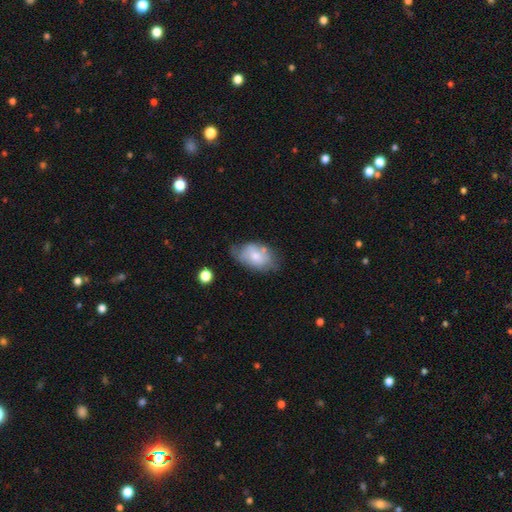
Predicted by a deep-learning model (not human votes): Smooth or featured?
  - smooth: 62% *
  - featured or disk: 31%
  - star or artifact: 7%
How rounded?
  - in between: 88% *
  - round: 11%
  - cigar-shaped: 1%
Merging?
  - none: 48% *
  - minor disturbance: 33%
  - major disturbance: 12%
  - merger: 7%